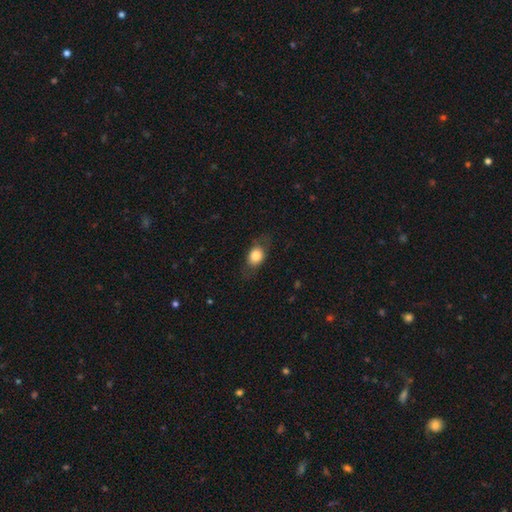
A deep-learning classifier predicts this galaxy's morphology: Smooth or featured? Predicted: smooth (p=0.74). How rounded? Predicted: in between (p=0.65). Merging? Predicted: none (p=0.75).